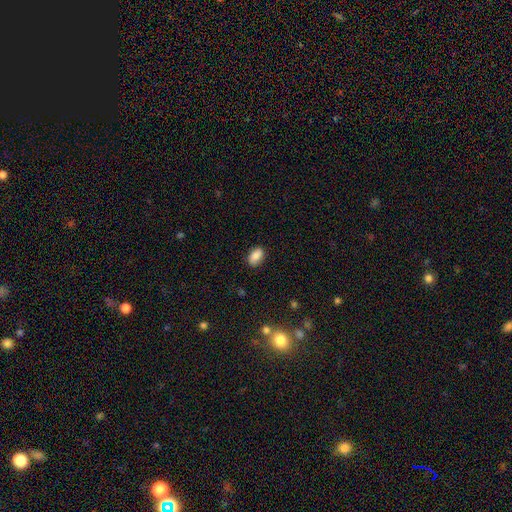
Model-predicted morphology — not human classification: Smooth or featured: smooth — 84% (star or artifact — 8%)
How rounded: in between — 89% (round — 10%)
Merging: none — 83% (minor disturbance — 13%)